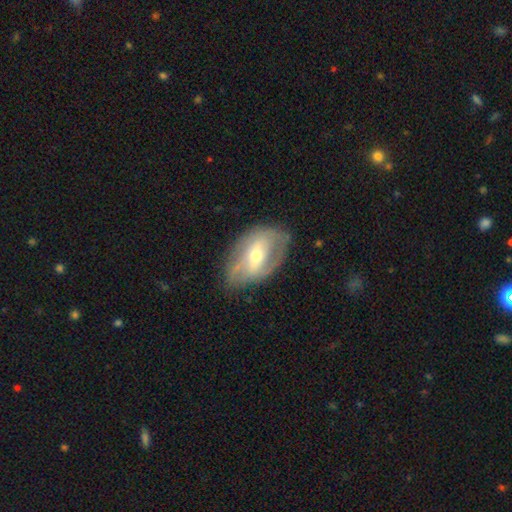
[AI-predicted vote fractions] Smooth or featured? featured or disk (69%)
Edge-on disk? no (92%)
Bar? weak (41%)
Spiral arms? yes (68%)
Bulge size? moderate (61%)
Merging? none (67%)